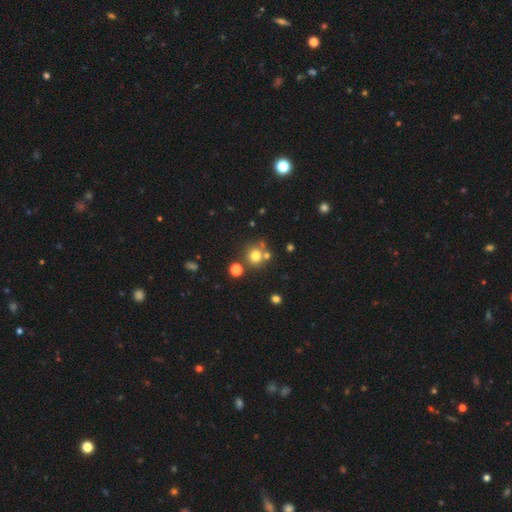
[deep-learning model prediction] This is likely a smooth galaxy (73%). How rounded: clearly round (89%). Merging: likely none (68%).